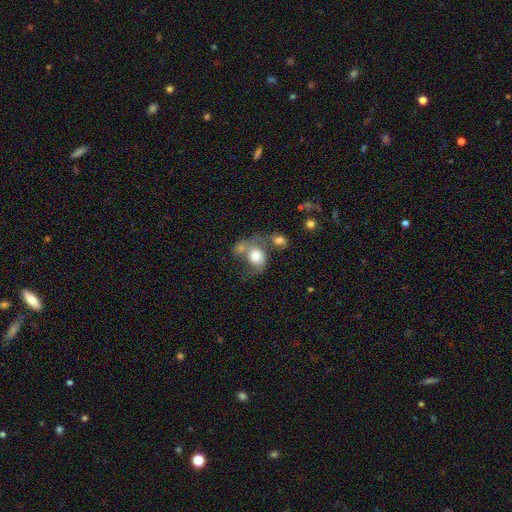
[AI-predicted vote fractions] Overall: smooth (65%; featured or disk 26%). How rounded: in between (56%; round 43%). Merging: merger (46%; none 21%).